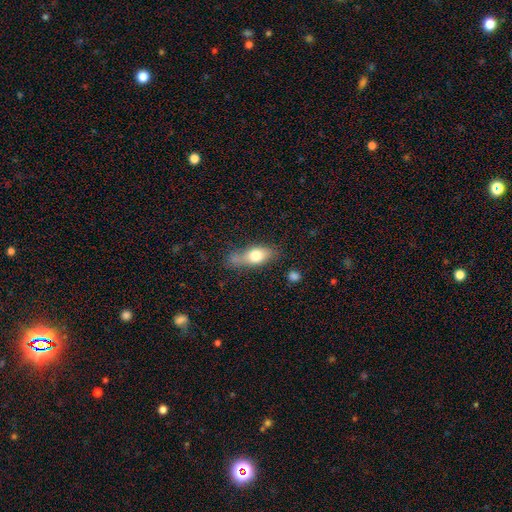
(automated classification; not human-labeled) Overall: smooth (69%). How rounded: in between (71%). Merging: none (52%; minor disturbance 29%).